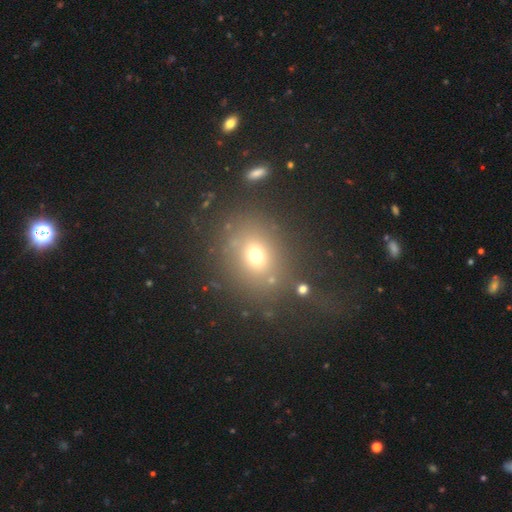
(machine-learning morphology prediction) type=smooth (67%); roundness=round (57%); merging=none (75%).